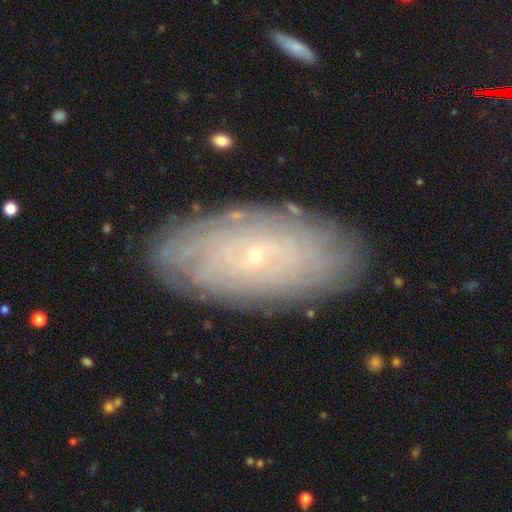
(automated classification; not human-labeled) This is likely a featured or disk galaxy (70%). It is clearly not viewed edge-on (92%). Bar: clearly no (82%). Spiral arm pattern: clearly yes (81%). Spiral arm count: likely can't tell (61%). Spiral winding: clearly tight (84%). Central bulge: clearly small (90%). Merging: clearly none (86%).